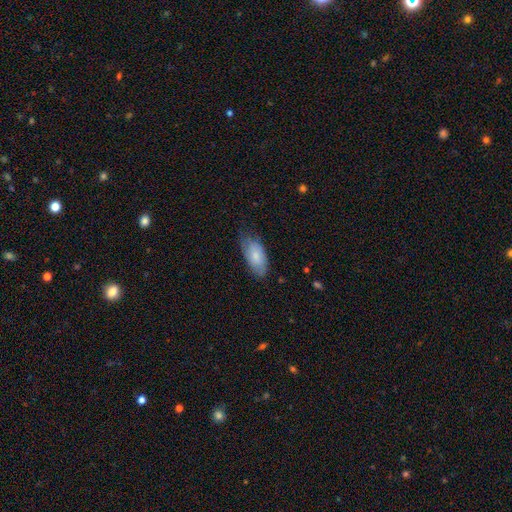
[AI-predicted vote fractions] Q: Smooth or featured?
A: smooth (78%); runner-up: featured or disk (16%)
Q: How rounded?
A: in between (92%); runner-up: cigar-shaped (6%)
Q: Merging?
A: none (64%); runner-up: minor disturbance (28%)